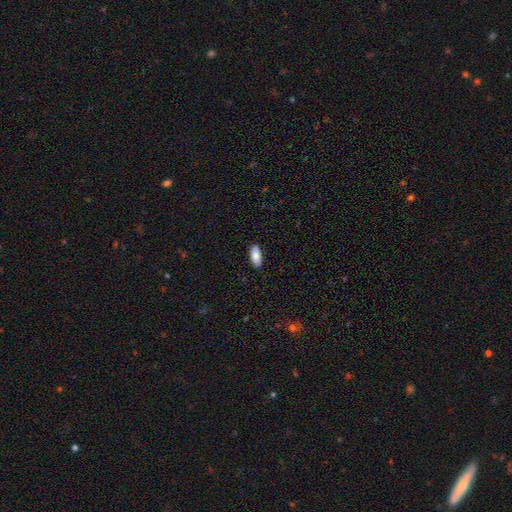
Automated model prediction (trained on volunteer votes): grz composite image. It shows a smooth galaxy with no disk features (86%) that is in between round and cigar-shaped (88%). Merging: none (87%).